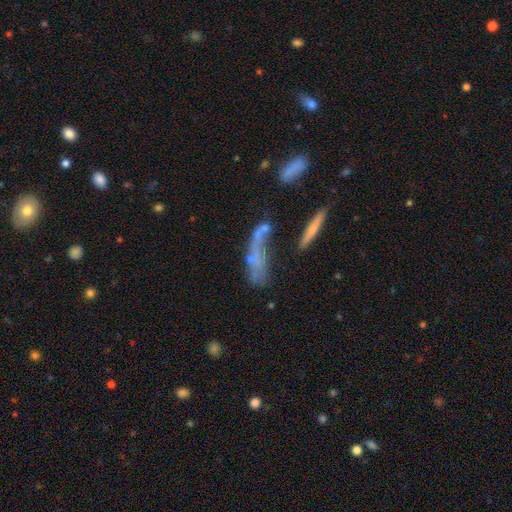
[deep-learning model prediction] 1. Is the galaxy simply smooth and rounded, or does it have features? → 42% smooth, 41% featured or disk, 17% star or artifact.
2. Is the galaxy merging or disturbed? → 32% none, 26% merger, 25% major disturbance, 17% minor disturbance.